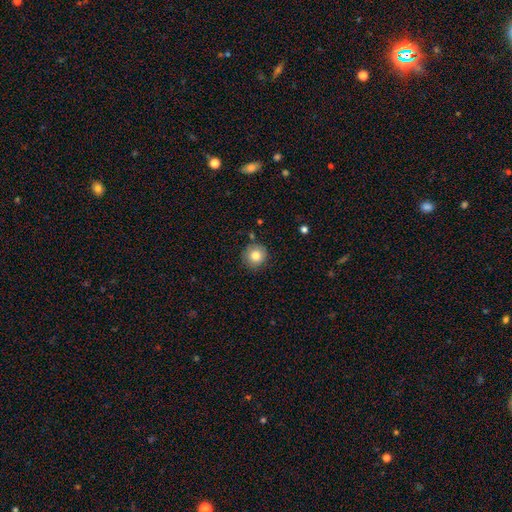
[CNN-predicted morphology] smooth_or_featured: smooth (p=0.81) [alt: featured or disk p=0.10]
how_rounded: round (p=0.93) [alt: in between p=0.06]
merging: none (p=0.85) [alt: minor disturbance p=0.10]